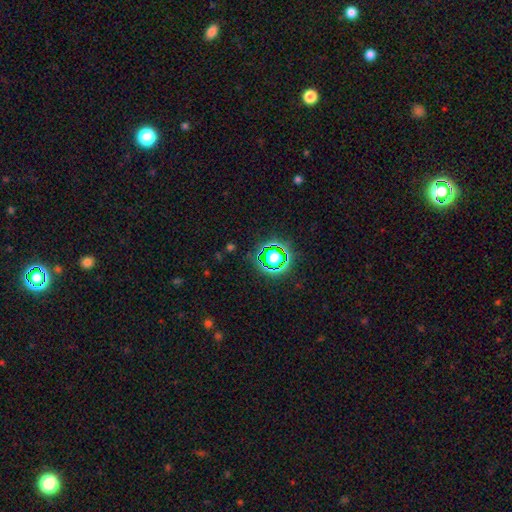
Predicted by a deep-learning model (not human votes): smooth_or_featured: star or artifact (p=0.76) [alt: smooth p=0.16]